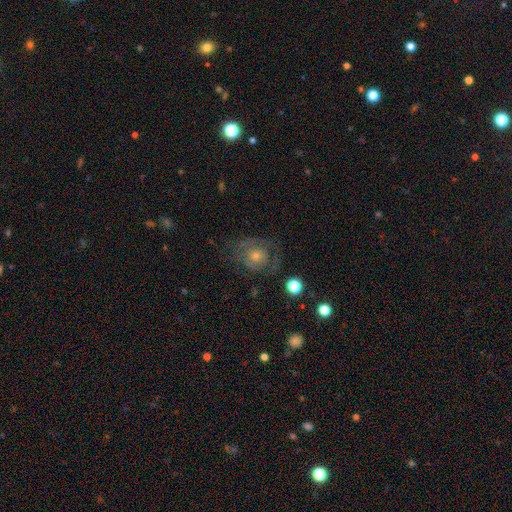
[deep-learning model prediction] Smooth or featured? Predicted: featured or disk (p=0.53). Edge-on disk? Predicted: no (p=0.96). Bar? Predicted: no (p=0.84). Spiral arms? Predicted: yes (p=0.59). Bulge size? Predicted: moderate (p=0.47). Merging? Predicted: none (p=0.64).